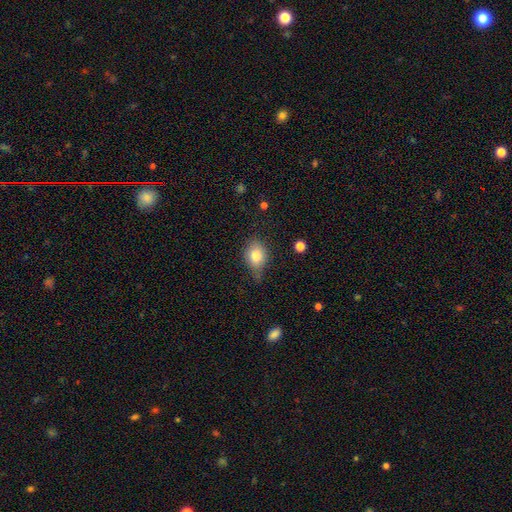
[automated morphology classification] A smooth galaxy with no disk features (80%) that is in between round and cigar-shaped (66%).

Vote fractions:
- Smooth or featured? smooth: 80% / featured or disk: 11% / star or artifact: 9%
- How rounded? in between: 66% / round: 33% / cigar-shaped: 2%
- Merging? none: 56% / minor disturbance: 33% / major disturbance: 9% / merger: 3%